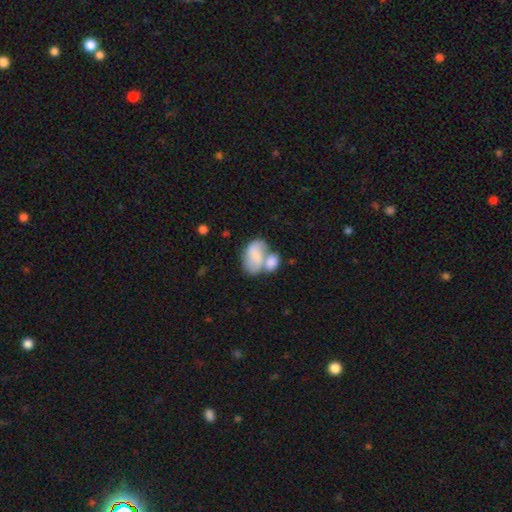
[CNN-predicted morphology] This is possibly a smooth galaxy (59%). How rounded: clearly in between (85%). Merging: possibly merger (60%).